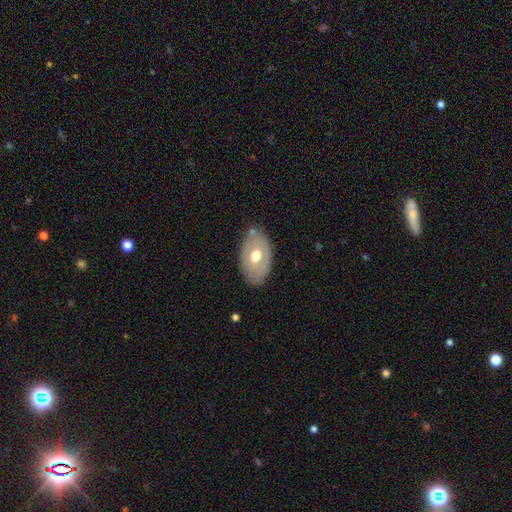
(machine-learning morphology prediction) A smooth galaxy with no disk features (56%) that is in between round and cigar-shaped (89%).

Vote fractions:
- Smooth or featured? smooth: 56% / featured or disk: 38% / star or artifact: 6%
- How rounded? in between: 89% / round: 10% / cigar-shaped: 1%
- Merging? none: 77% / minor disturbance: 15% / merger: 4% / major disturbance: 4%